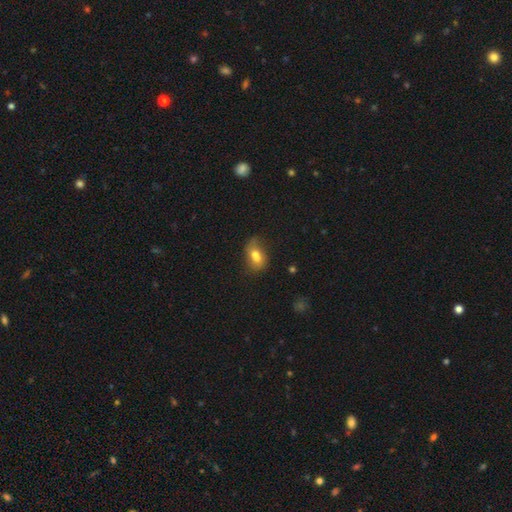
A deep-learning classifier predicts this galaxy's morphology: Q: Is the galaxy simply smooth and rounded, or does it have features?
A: smooth — 70%.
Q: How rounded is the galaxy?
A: in between — 80%.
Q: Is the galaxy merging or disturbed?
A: none — 44%.